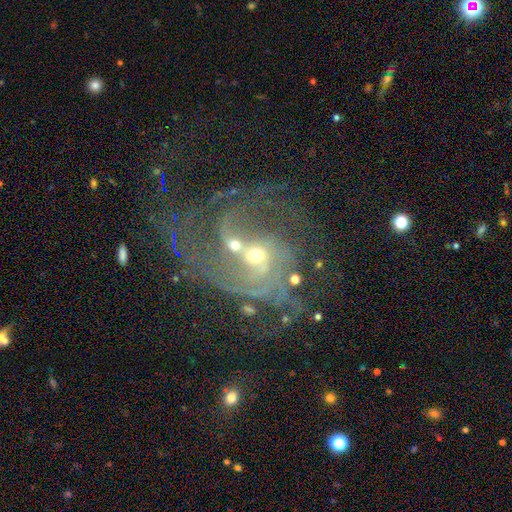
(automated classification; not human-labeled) smooth_or_featured: featured or disk (p=0.82) [alt: star or artifact p=0.12]
disk_edge_on: no (p=0.98) [alt: yes p=0.02]
bar: no (p=0.66) [alt: weak p=0.25]
has_spiral_arms: yes (p=0.92) [alt: no p=0.08]
spiral_winding: medium (p=0.46) [alt: tight p=0.29]
spiral_arm_count: 3 (p=0.26) [alt: 2 p=0.25]
bulge_size: small (p=0.58) [alt: moderate p=0.33]
merging: merger (p=0.38) [alt: none p=0.28]